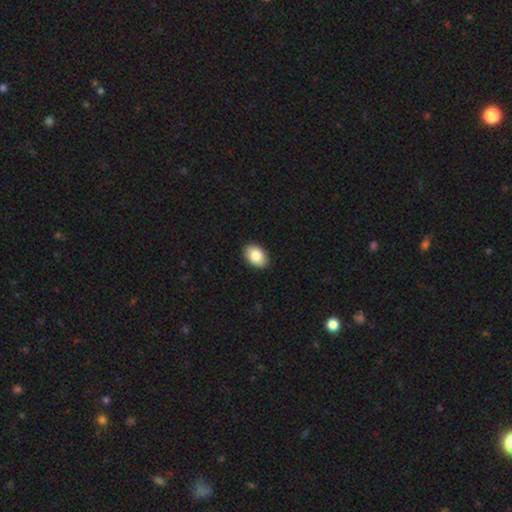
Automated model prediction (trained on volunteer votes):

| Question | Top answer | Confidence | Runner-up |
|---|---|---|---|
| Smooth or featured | smooth | 86% | star or artifact (7%) |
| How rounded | in between | 88% | round (11%) |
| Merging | none | 91% | minor disturbance (7%) |